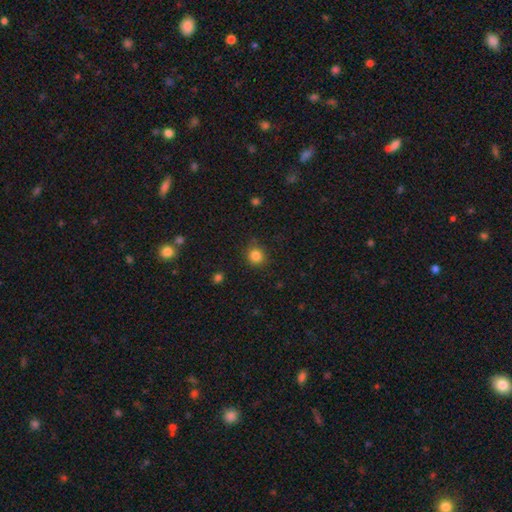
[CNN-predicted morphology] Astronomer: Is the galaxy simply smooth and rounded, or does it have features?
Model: smooth — 84%.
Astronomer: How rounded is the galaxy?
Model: round — 88%.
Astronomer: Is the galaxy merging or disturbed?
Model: none — 85%.